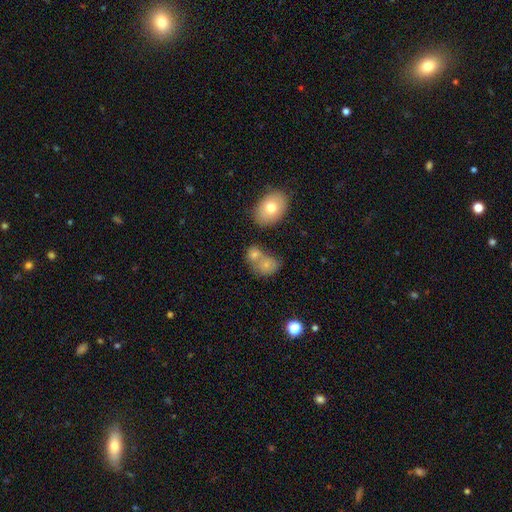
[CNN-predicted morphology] A smooth galaxy with no disk features (71%) that is in between round and cigar-shaped (56%).

Vote fractions:
- Smooth or featured? smooth: 71% / featured or disk: 18% / star or artifact: 12%
- How rounded? in between: 56% / round: 43% / cigar-shaped: 2%
- Merging? merger: 53% / none: 32% / minor disturbance: 9% / major disturbance: 5%